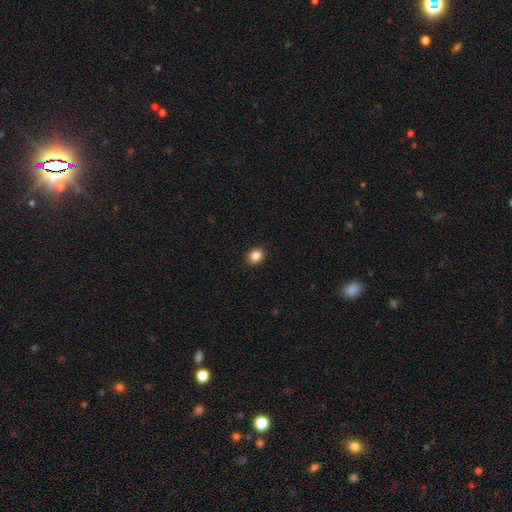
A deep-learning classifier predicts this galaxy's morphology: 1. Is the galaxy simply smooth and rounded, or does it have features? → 87% smooth, 10% star or artifact, 4% featured or disk.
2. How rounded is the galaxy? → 51% in between, 49% round, 1% cigar-shaped.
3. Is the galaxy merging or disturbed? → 90% none, 7% minor disturbance, 2% major disturbance, 1% merger.